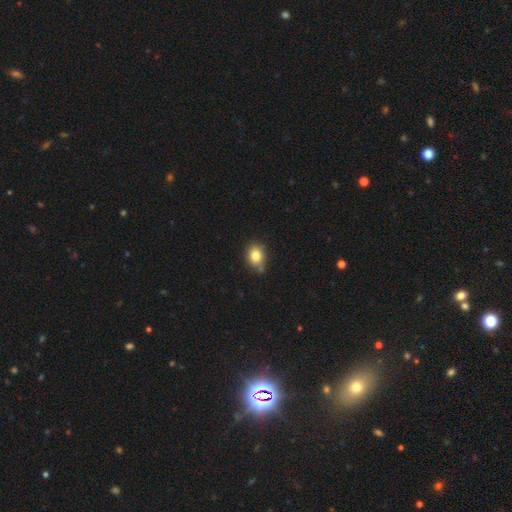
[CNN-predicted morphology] Smooth or featured? Predicted: smooth (p=0.82). How rounded? Predicted: in between (p=0.52). Merging? Predicted: none (p=0.70).